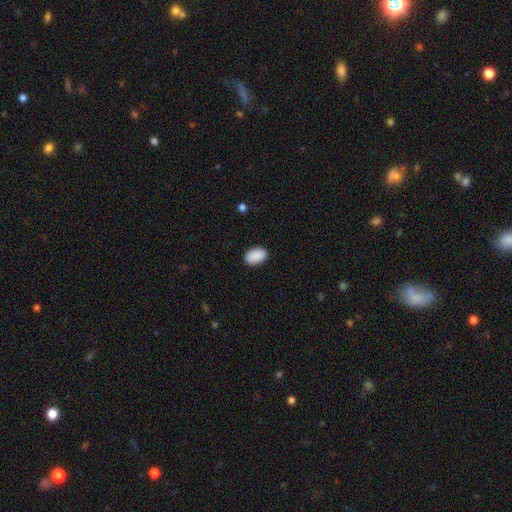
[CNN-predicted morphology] smooth_or_featured: smooth (p=0.91) [alt: star or artifact p=0.06]
how_rounded: in between (p=0.93) [alt: round p=0.06]
merging: none (p=0.89) [alt: minor disturbance p=0.08]